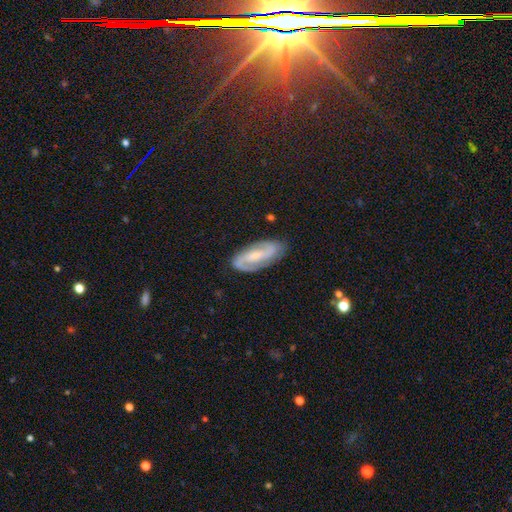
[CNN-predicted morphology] Smooth or featured? featured or disk (79%)
Edge-on disk? no (94%)
Bar? weak (42%)
Spiral arms? yes (94%)
Spiral winding? medium (46%)
Spiral arm count? 2 (89%)
Bulge size? small (47%)
Merging? none (83%)